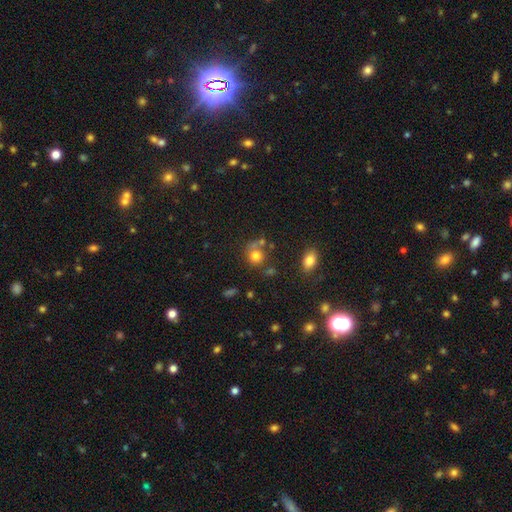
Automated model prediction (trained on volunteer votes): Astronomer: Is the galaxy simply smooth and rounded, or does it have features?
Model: smooth — 76%.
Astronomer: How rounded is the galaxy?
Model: round — 81%.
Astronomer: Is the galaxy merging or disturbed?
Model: none — 53%.